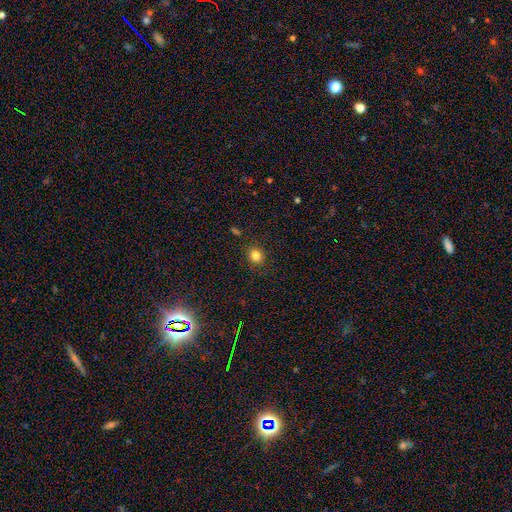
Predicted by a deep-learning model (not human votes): This appears to be a smooth galaxy with no disk features (82%) that is round (76%). Merging: none (88%).